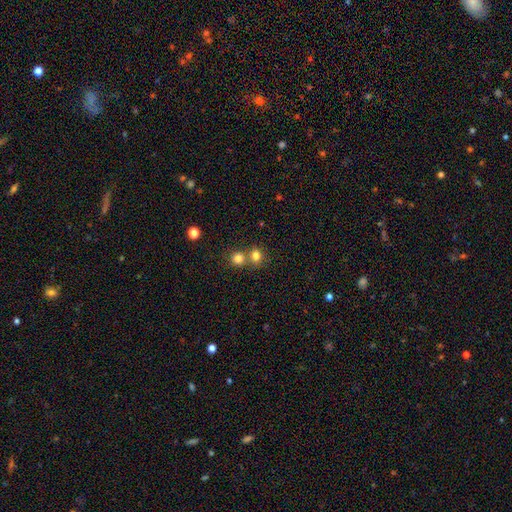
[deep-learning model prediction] smooth_or_featured: smooth (p=0.79) [alt: star or artifact p=0.13]
how_rounded: round (p=0.76) [alt: in between p=0.23]
merging: none (p=0.50) [alt: merger p=0.41]